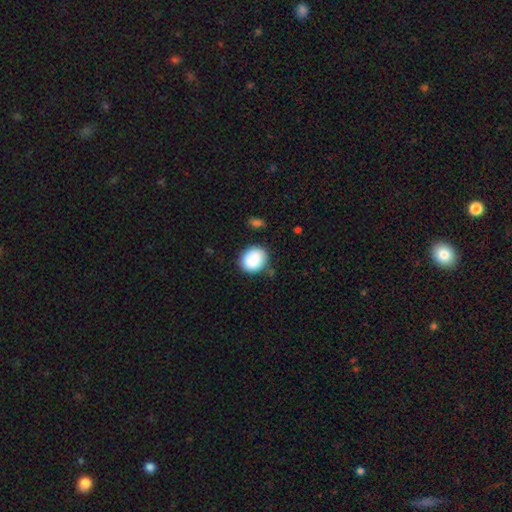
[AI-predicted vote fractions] A smooth galaxy with no disk features (85%) that is round (62%). Merging: none (75%).